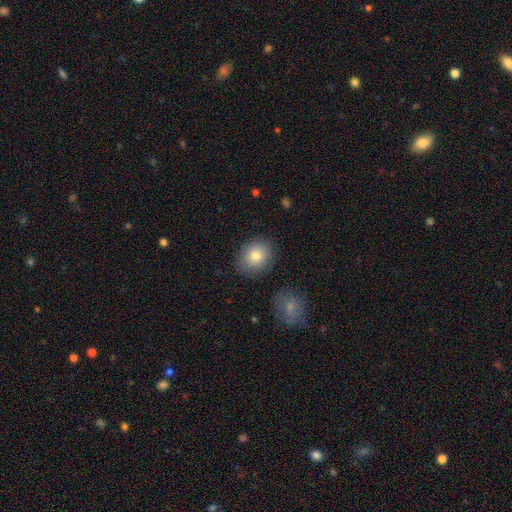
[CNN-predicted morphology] smooth 80%, featured or disk 11%, star or artifact 9%. Down the decision tree: how rounded — round (58%); merging — none (84%).